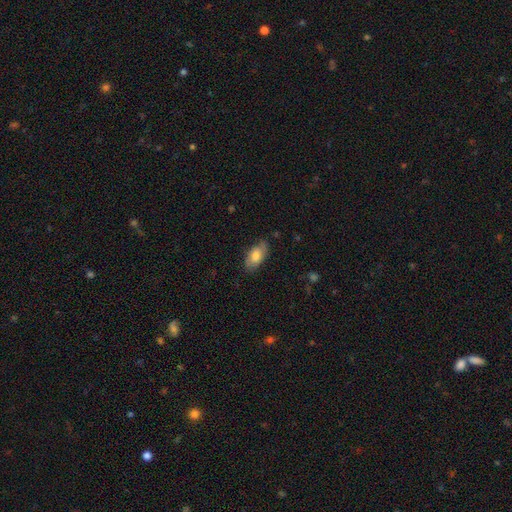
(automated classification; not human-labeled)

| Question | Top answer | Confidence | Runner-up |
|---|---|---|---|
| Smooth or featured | smooth | 67% | featured or disk (27%) |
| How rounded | in between | 92% | cigar-shaped (4%) |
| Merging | none | 76% | minor disturbance (19%) |